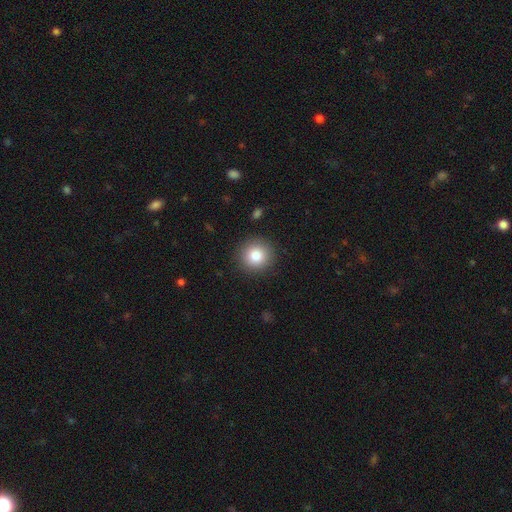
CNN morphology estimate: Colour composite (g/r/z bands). It shows a smooth galaxy with no disk features (83%) that is round (94%). Merging: none (91%).